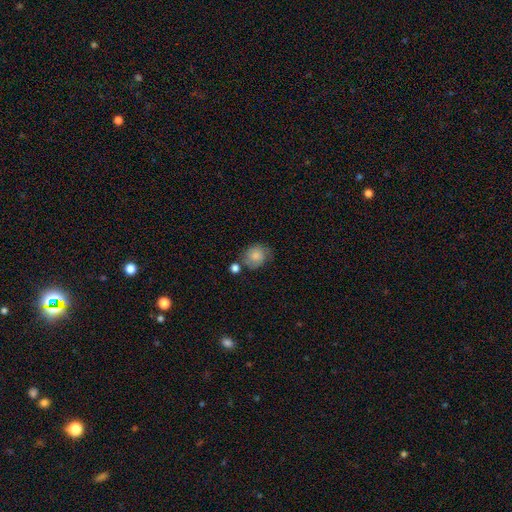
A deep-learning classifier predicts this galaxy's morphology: type=smooth (78%); roundness=round (68%); merging=none (60%).